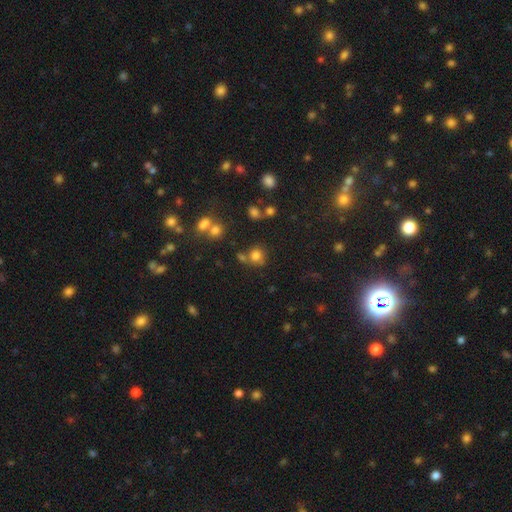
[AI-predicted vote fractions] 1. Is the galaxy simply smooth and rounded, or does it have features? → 76% smooth, 16% star or artifact, 8% featured or disk.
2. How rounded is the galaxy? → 84% round, 15% in between, 1% cigar-shaped.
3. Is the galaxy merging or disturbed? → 60% none, 20% merger, 14% minor disturbance, 6% major disturbance.